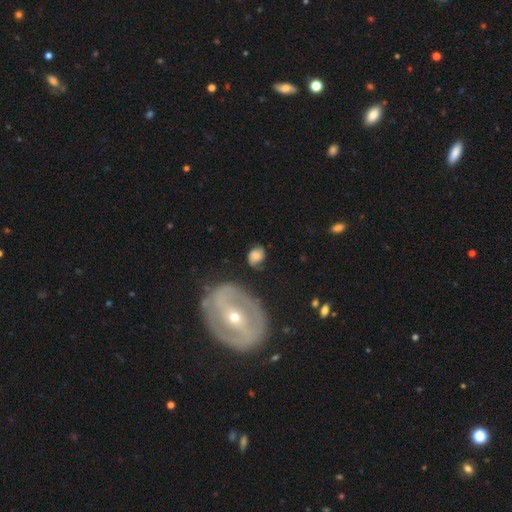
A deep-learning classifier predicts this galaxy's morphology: type=smooth (59%); roundness=in between (51%); merging=none (58%).